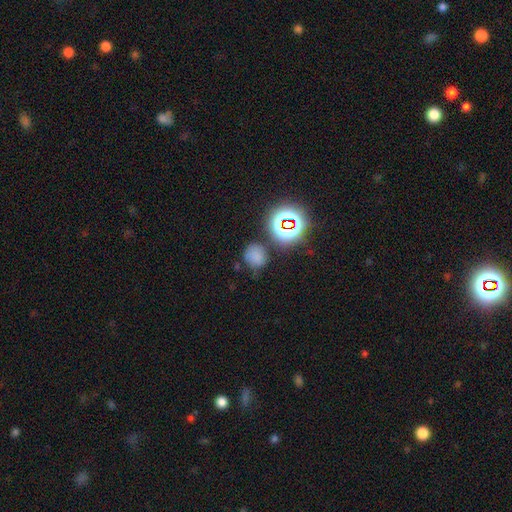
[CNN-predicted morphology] This is likely a smooth galaxy (69%). How rounded: clearly round (82%). Merging: likely none (69%).